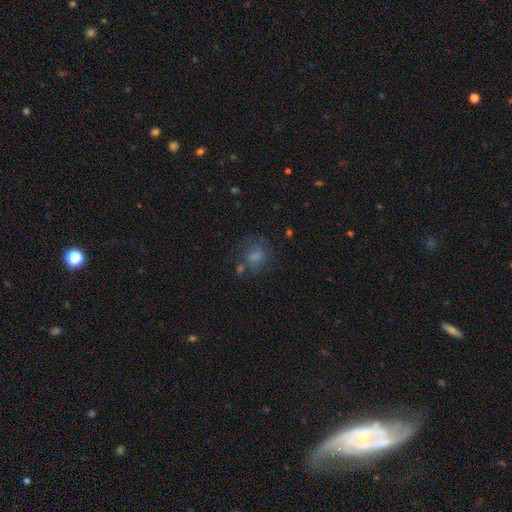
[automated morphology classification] This is possibly a smooth galaxy (50%). Merging: likely none (64%).